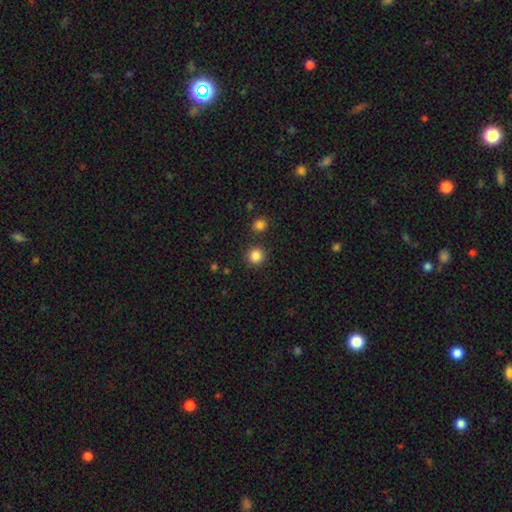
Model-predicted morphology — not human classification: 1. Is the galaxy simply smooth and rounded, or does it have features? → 85% smooth, 11% star or artifact, 3% featured or disk.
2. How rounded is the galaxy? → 93% round, 6% in between, 1% cigar-shaped.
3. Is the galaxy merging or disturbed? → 88% none, 6% minor disturbance, 4% merger, 2% major disturbance.